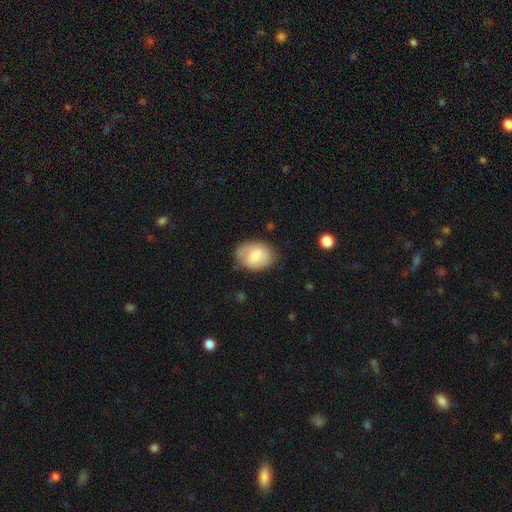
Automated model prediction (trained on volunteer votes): Smooth or featured?
  - smooth: 71% *
  - featured or disk: 22%
  - star or artifact: 7%
How rounded?
  - in between: 70% *
  - round: 29%
  - cigar-shaped: 1%
Merging?
  - none: 67% *
  - minor disturbance: 24%
  - major disturbance: 7%
  - merger: 2%